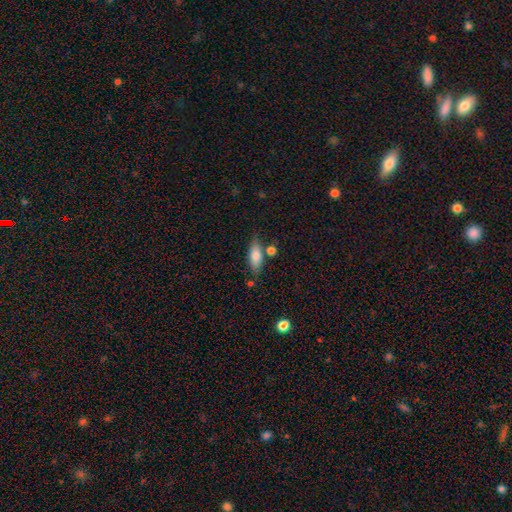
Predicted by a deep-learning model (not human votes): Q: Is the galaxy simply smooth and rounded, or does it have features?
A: smooth — 79%.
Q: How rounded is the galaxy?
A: in between — 73%.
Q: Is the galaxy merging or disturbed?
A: none — 68%.